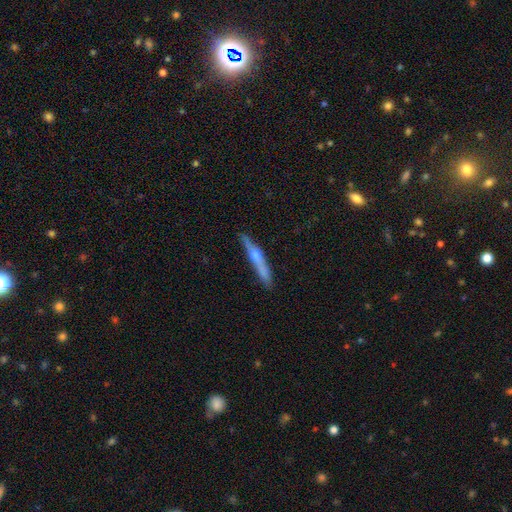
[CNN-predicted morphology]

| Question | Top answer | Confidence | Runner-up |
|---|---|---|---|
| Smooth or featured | featured or disk | 62% | smooth (29%) |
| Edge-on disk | yes | 93% | no (7%) |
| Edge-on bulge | rounded | 83% | none (13%) |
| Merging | none | 81% | minor disturbance (14%) |